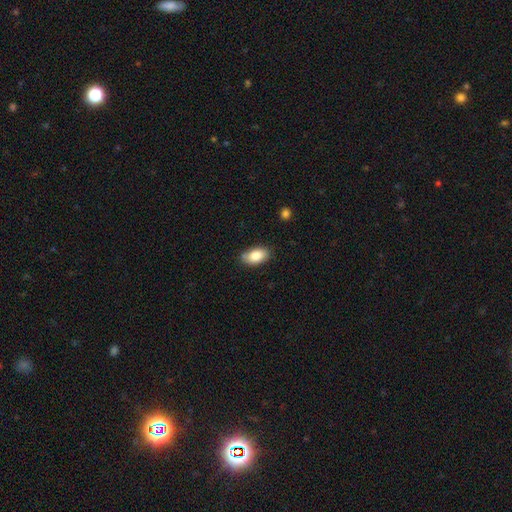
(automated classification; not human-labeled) Smooth or featured: smooth — 85% (featured or disk — 9%)
How rounded: in between — 93% (round — 5%)
Merging: none — 79% (minor disturbance — 16%)